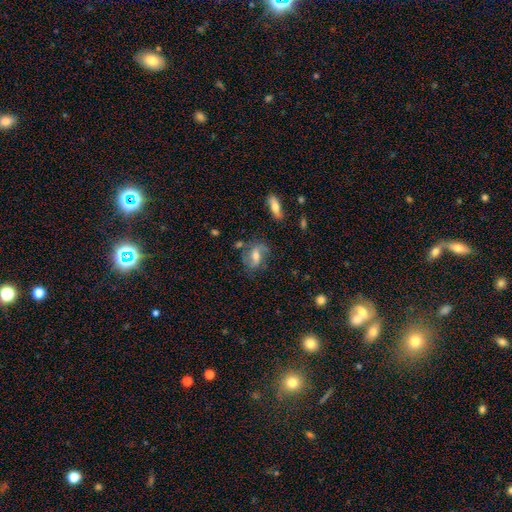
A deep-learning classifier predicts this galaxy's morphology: A featured or disk galaxy (55%) with a weak bar (42%), spiral arms (79%) and a moderate central bulge (62%).

Vote fractions:
- Smooth or featured? featured or disk: 55% / smooth: 36% / star or artifact: 9%
- Edge-on disk? no: 91% / yes: 9%
- Bar? weak: 42% / no: 34% / strong: 24%
- Spiral arms? yes: 79% / no: 21%
- Bulge size? moderate: 62% / small: 24% / large: 10% / none: 3% / dominant: 1%
- Merging? none: 62% / minor disturbance: 21% / major disturbance: 11% / merger: 5%